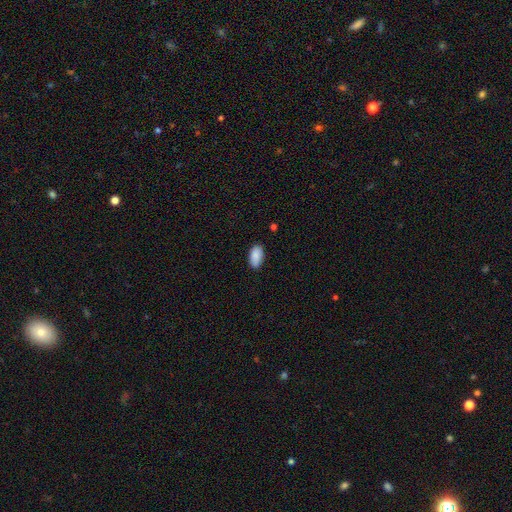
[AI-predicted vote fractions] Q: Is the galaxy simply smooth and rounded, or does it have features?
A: smooth — 88%.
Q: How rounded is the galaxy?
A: in between — 94%.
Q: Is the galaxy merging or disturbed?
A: none — 83%.